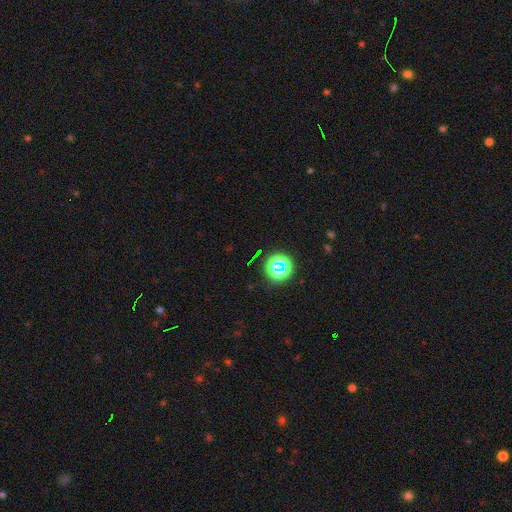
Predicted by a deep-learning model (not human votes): Smooth or featured?
  - star or artifact: 68% *
  - smooth: 22%
  - featured or disk: 10%